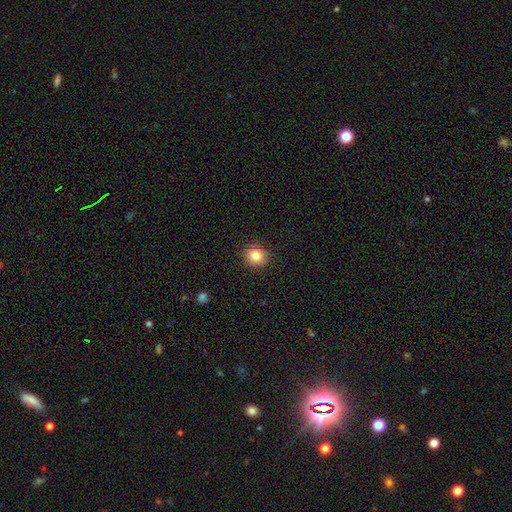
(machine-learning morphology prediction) smooth_or_featured: smooth (p=0.83) [alt: star or artifact p=0.11]
how_rounded: round (p=0.88) [alt: in between p=0.11]
merging: none (p=0.91) [alt: minor disturbance p=0.06]